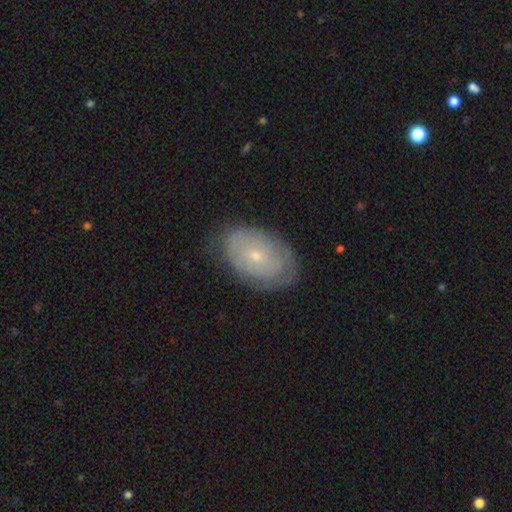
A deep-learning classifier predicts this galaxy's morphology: A featured or disk galaxy (47%).

Vote fractions:
- Smooth or featured? featured or disk: 47% / smooth: 46% / star or artifact: 7%
- Merging? none: 74% / minor disturbance: 19% / major disturbance: 6% / merger: 1%